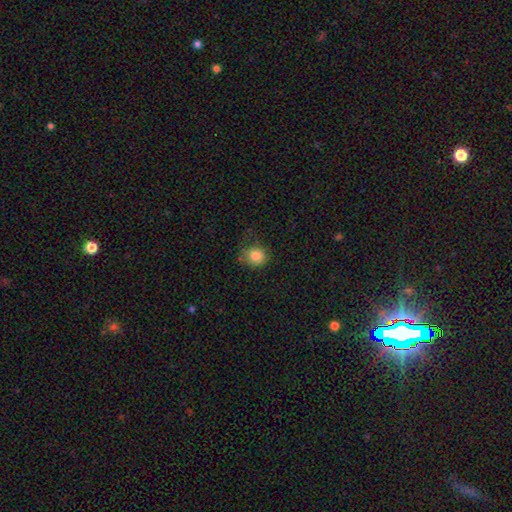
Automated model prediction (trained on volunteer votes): smooth-or-featured: smooth: 84% | star or artifact: 11% | featured or disk: 5%
  how-rounded: round: 80% | in between: 20% | cigar-shaped: 1%
  merging: none: 68% | minor disturbance: 23% | major disturbance: 7% | merger: 2%